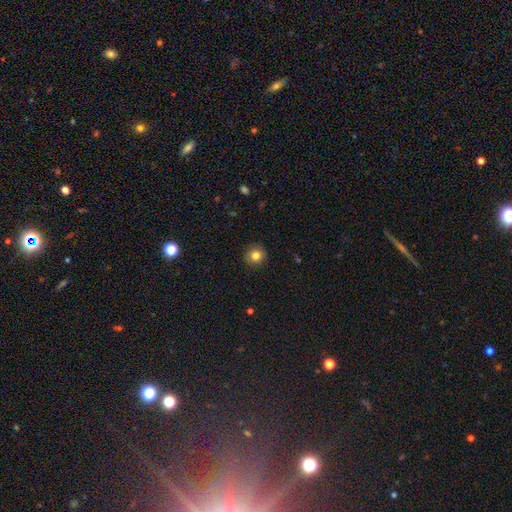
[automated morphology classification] Overall: smooth (83%). How rounded: round (91%). Merging: none (90%).